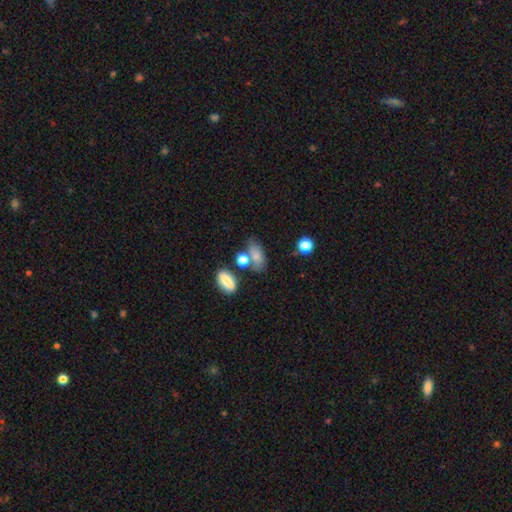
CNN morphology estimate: Smooth or featured?
  - smooth: 78% *
  - featured or disk: 12%
  - star or artifact: 11%
How rounded?
  - in between: 83% *
  - round: 11%
  - cigar-shaped: 6%
Merging?
  - none: 54% *
  - merger: 20%
  - minor disturbance: 19%
  - major disturbance: 7%